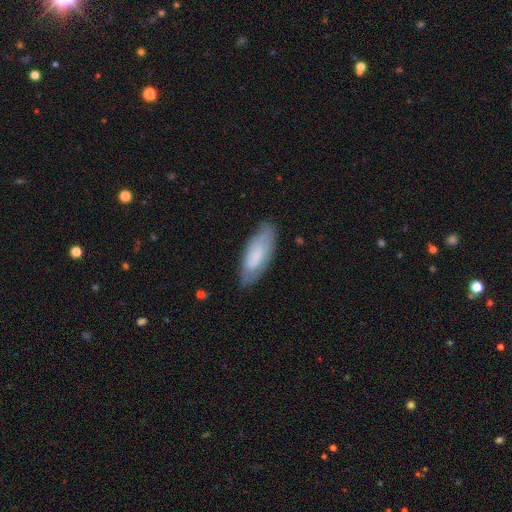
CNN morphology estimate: type=smooth (69%); roundness=in between (68%); merging=none (76%).